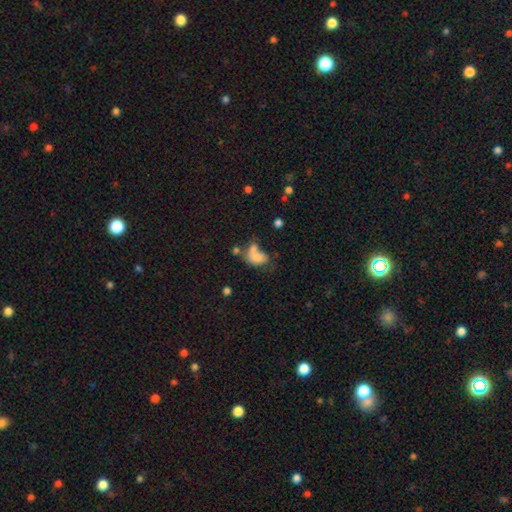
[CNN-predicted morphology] Overall: smooth (72%). How rounded: in between (83%). Merging: merger (44%; none 23%).